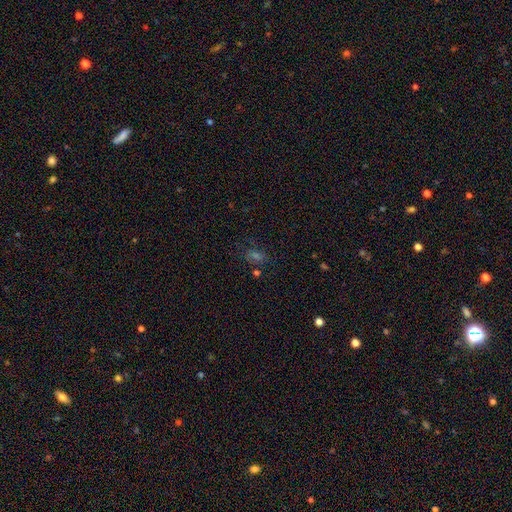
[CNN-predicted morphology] Overall: star or artifact (41%, tied with smooth).